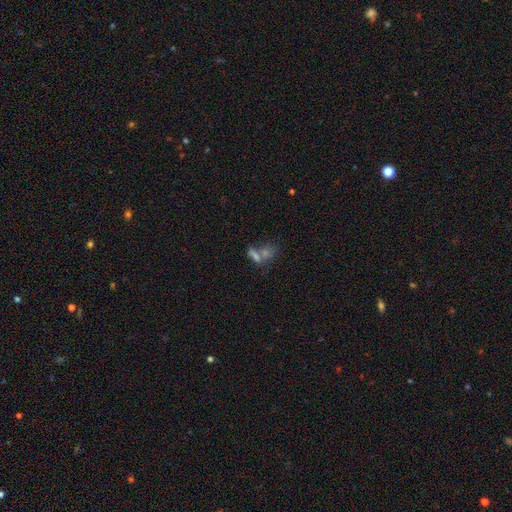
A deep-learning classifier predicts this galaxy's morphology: This appears to be a smooth galaxy with no disk features (62%) that is in between round and cigar-shaped (64%). Merging: merger (49%).